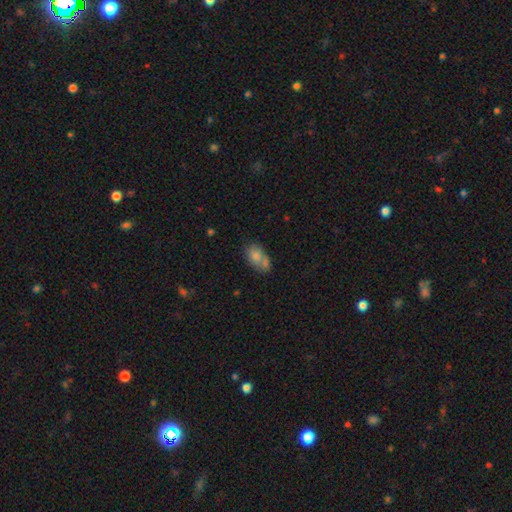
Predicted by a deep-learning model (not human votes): Smooth or featured? Predicted: smooth (p=0.73). How rounded? Predicted: in between (p=0.82). Merging? Predicted: none (p=0.41).